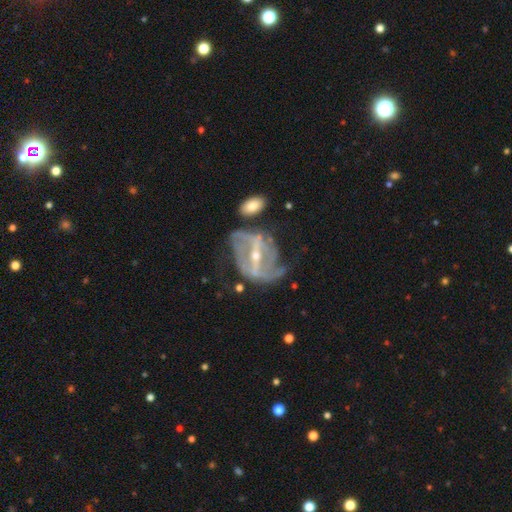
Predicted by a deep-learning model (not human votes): Smooth or featured: featured or disk — 88% (star or artifact — 6%)
Edge-on disk: no — 93% (yes — 7%)
Bar: strong — 74% (weak — 19%)
Spiral arms: yes — 86% (no — 14%)
Spiral winding: medium — 40% (loose — 37%)
Spiral arm count: 2 — 71% (can't tell — 15%)
Bulge size: small — 60% (moderate — 37%)
Merging: none — 48% (minor disturbance — 22%)